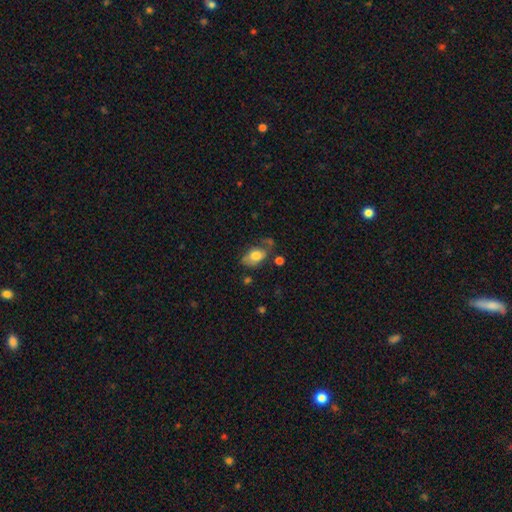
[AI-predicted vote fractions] smooth 71%, featured or disk 21%, star or artifact 8%. Down the decision tree: how rounded — in between (88%); merging — none (47%).